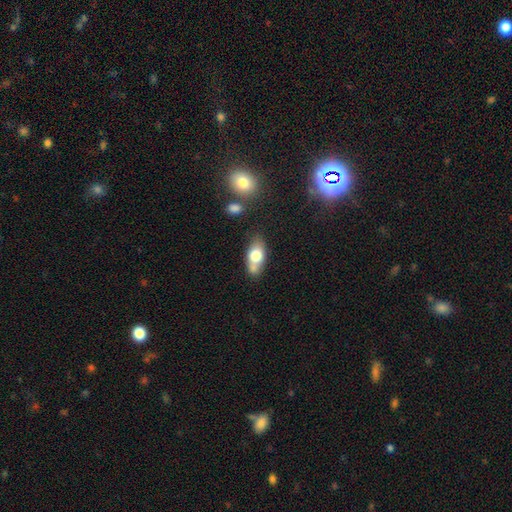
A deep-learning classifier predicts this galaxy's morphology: A smooth galaxy with no disk features (71%) that is in between round and cigar-shaped (84%).

Vote fractions:
- Smooth or featured? smooth: 71% / featured or disk: 21% / star or artifact: 8%
- How rounded? in between: 84% / round: 9% / cigar-shaped: 7%
- Merging? none: 54% / merger: 20% / minor disturbance: 20% / major disturbance: 6%